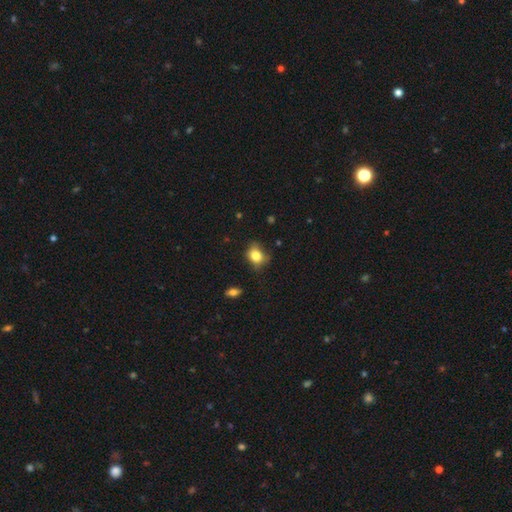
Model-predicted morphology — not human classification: Smooth or featured: smooth — 80% (star or artifact — 10%)
How rounded: round — 50% (in between — 49%)
Merging: none — 61% (minor disturbance — 29%)